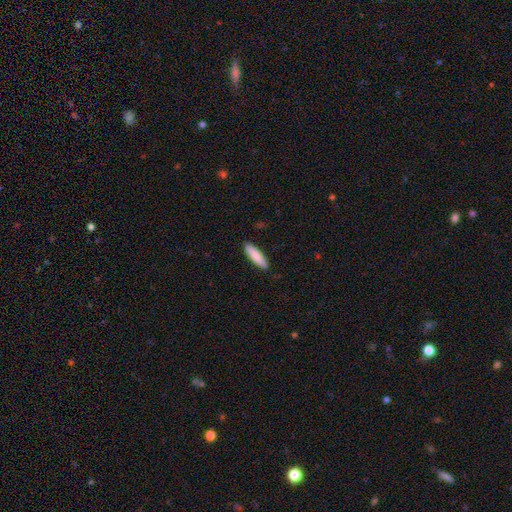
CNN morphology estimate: smooth 87%, featured or disk 8%, star or artifact 5%. Down the decision tree: how rounded — cigar-shaped (63%); merging — none (89%).